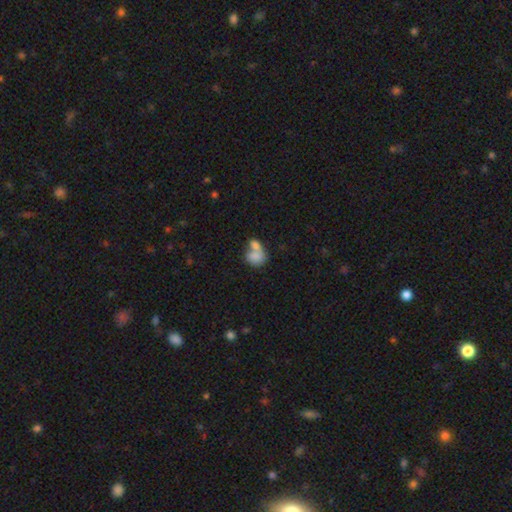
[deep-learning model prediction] This is likely a smooth galaxy (79%). How rounded: possibly in between (58%). Merging: likely merger (63%).